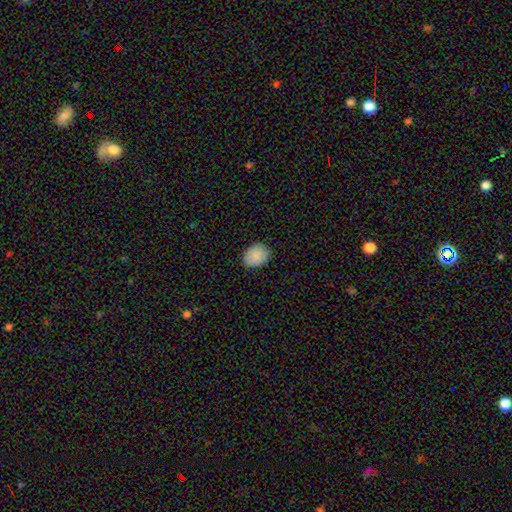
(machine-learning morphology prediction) Smooth or featured: smooth — 87% (star or artifact — 7%)
How rounded: in between — 57% (round — 42%)
Merging: none — 85% (minor disturbance — 12%)